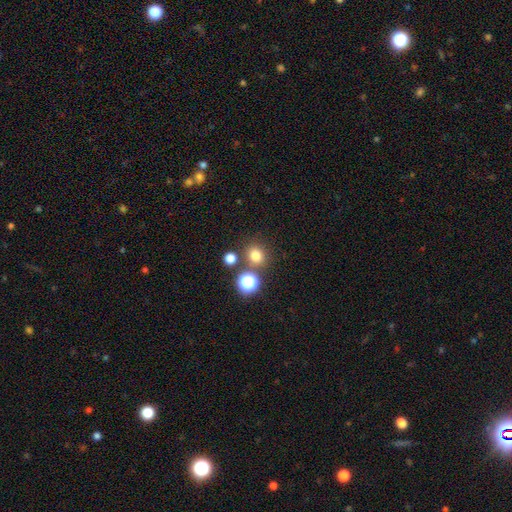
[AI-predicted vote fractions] The model was most divided on "smooth or featured": smooth: 75%, star or artifact: 18%, featured or disk: 7%. More confident: how rounded — round (81%); merging — none (76%).